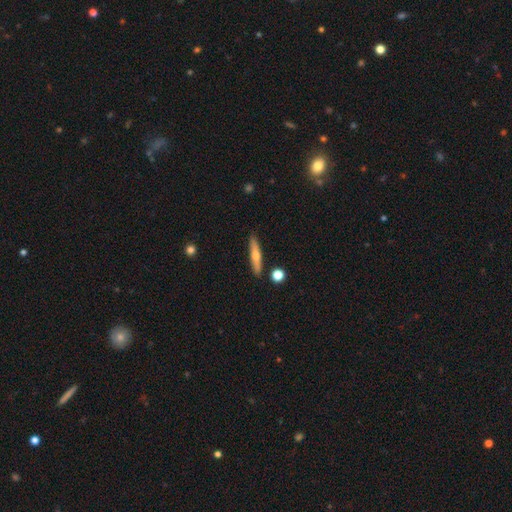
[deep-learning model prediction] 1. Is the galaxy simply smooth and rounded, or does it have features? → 53% smooth, 41% featured or disk, 7% star or artifact.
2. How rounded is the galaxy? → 86% cigar-shaped, 11% in between, 2% round.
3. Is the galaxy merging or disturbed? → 88% none, 8% minor disturbance, 3% merger, 2% major disturbance.